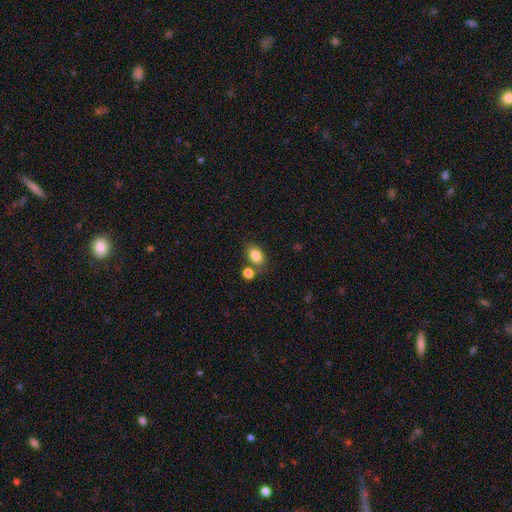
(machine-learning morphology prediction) Smooth or featured?
  - smooth: 84% *
  - star or artifact: 9%
  - featured or disk: 7%
How rounded?
  - in between: 81% *
  - round: 18%
  - cigar-shaped: 2%
Merging?
  - none: 68% *
  - merger: 16%
  - minor disturbance: 13%
  - major disturbance: 4%